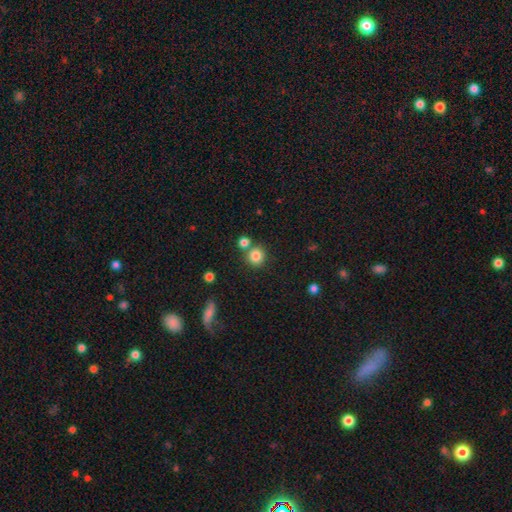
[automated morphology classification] Q: Smooth or featured?
A: smooth (83%); runner-up: star or artifact (11%)
Q: How rounded?
A: round (90%); runner-up: in between (9%)
Q: Merging?
A: none (72%); runner-up: merger (17%)